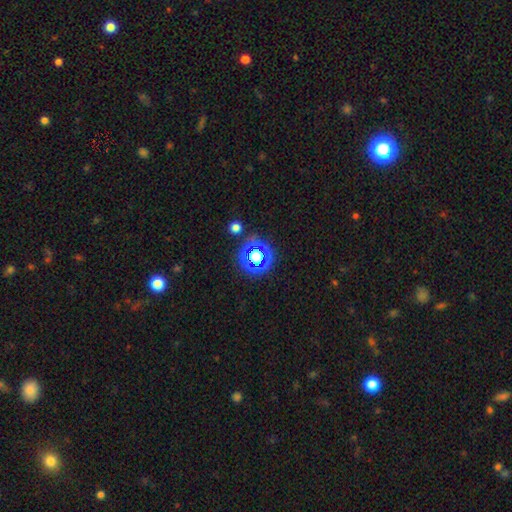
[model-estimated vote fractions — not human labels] This appears to be a star or artifact, not a galaxy (63%).